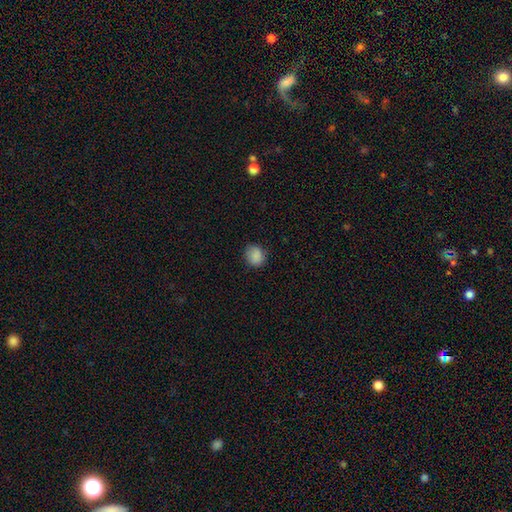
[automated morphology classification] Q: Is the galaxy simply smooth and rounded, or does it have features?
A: smooth — 86%.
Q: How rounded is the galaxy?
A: round — 71%.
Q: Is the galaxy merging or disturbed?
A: none — 79%.